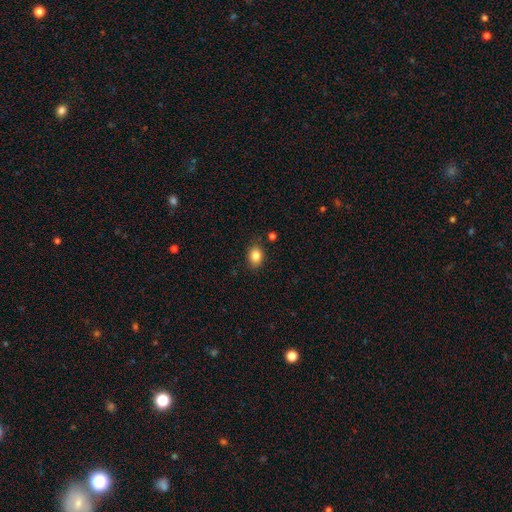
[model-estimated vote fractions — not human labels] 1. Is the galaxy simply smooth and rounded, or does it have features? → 85% smooth, 9% star or artifact, 6% featured or disk.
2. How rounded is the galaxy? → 68% in between, 31% round, 1% cigar-shaped.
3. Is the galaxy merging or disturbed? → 83% none, 12% minor disturbance, 3% major disturbance, 2% merger.